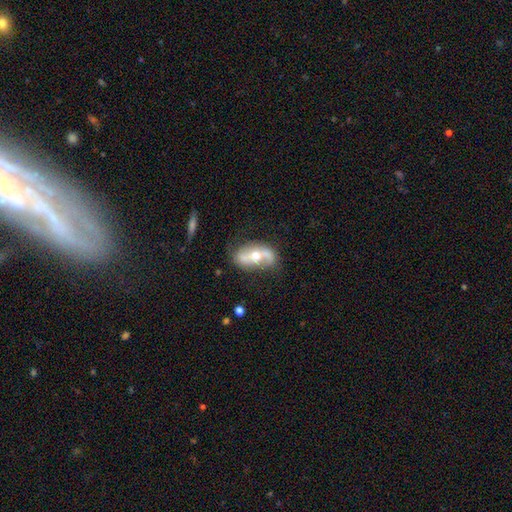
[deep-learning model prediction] Smooth or featured? Predicted: featured or disk (p=0.74). Edge-on disk? Predicted: no (p=0.91). Bar? Predicted: no (p=0.49). Spiral arms? Predicted: yes (p=0.82). Spiral winding? Predicted: loose (p=0.67). Spiral arm count? Predicted: 2 (p=0.87). Bulge size? Predicted: moderate (p=0.72). Merging? Predicted: none (p=0.68).